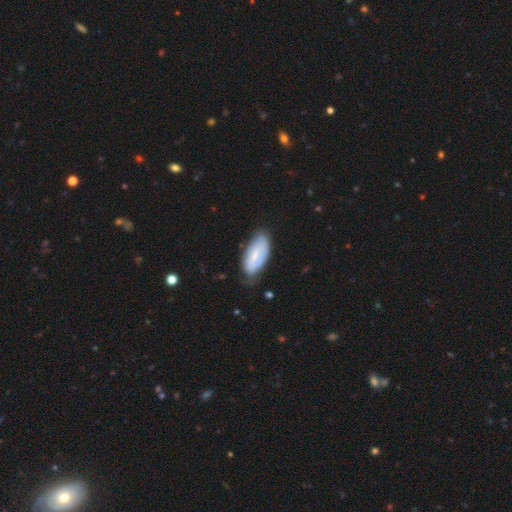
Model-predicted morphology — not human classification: smooth 56%, featured or disk 37%, star or artifact 6%. Down the decision tree: how rounded — in between (89%); merging — none (62%).